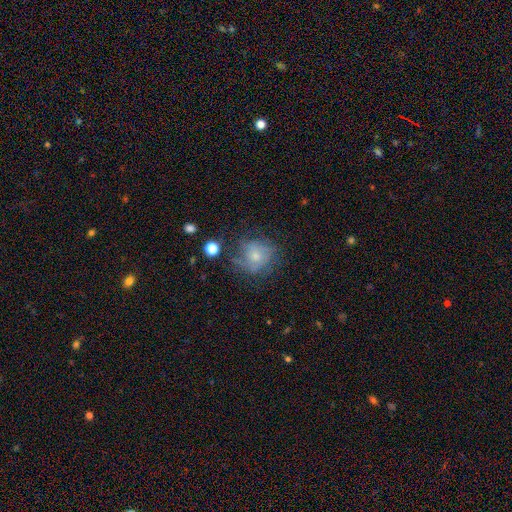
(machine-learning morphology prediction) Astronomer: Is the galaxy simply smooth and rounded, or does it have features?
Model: featured or disk — 45% (runner-up: smooth, 44%).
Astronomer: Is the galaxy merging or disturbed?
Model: none — 53%.